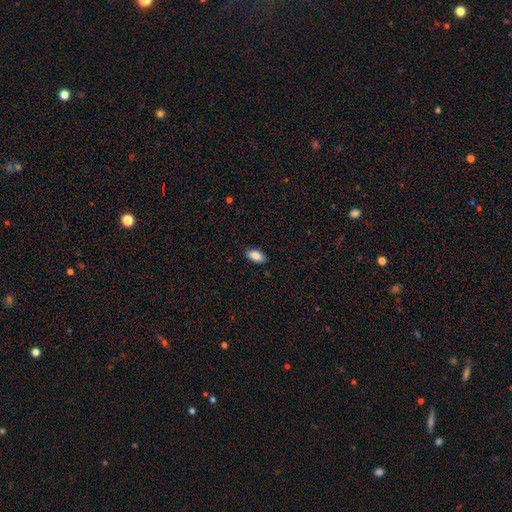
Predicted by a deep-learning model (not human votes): Smooth or featured?
  - smooth: 86% *
  - star or artifact: 7%
  - featured or disk: 7%
How rounded?
  - in between: 93% *
  - cigar-shaped: 4%
  - round: 3%
Merging?
  - none: 88% *
  - minor disturbance: 10%
  - major disturbance: 2%
  - merger: 1%